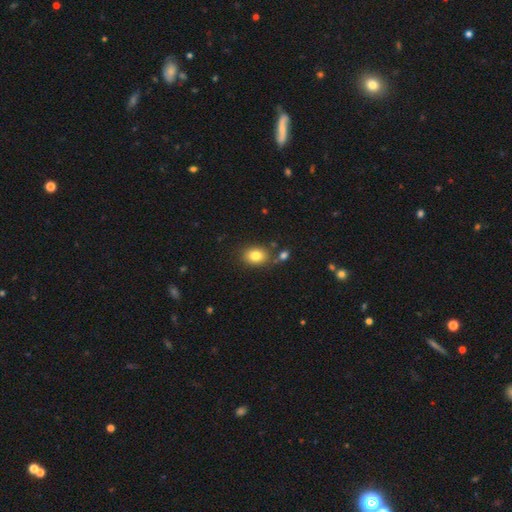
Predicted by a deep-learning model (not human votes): This appears to be a smooth galaxy with no disk features (82%) that is in between round and cigar-shaped (59%). Merging: none (75%).